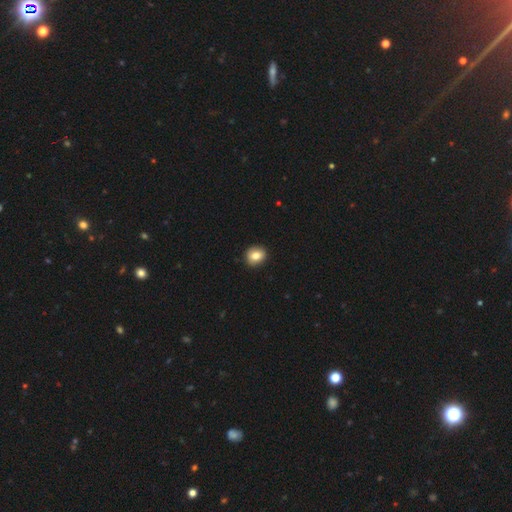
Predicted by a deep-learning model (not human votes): Smooth or featured?
  - smooth: 81% *
  - featured or disk: 11%
  - star or artifact: 9%
How rounded?
  - round: 72% *
  - in between: 27%
  - cigar-shaped: 1%
Merging?
  - none: 90% *
  - minor disturbance: 8%
  - major disturbance: 2%
  - merger: 1%